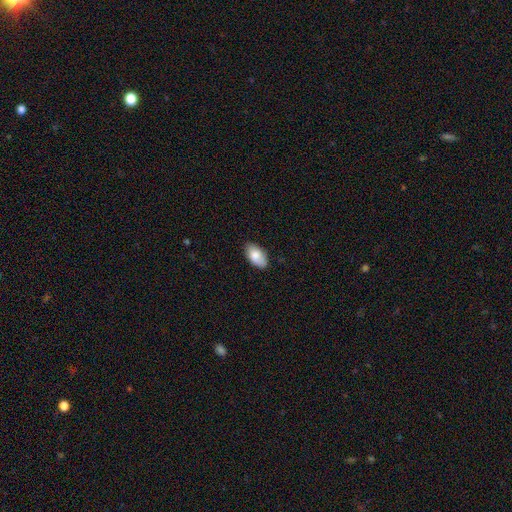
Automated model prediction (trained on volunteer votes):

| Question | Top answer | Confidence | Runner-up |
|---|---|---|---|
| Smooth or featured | smooth | 84% | featured or disk (10%) |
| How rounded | in between | 95% | round (4%) |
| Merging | none | 83% | minor disturbance (14%) |